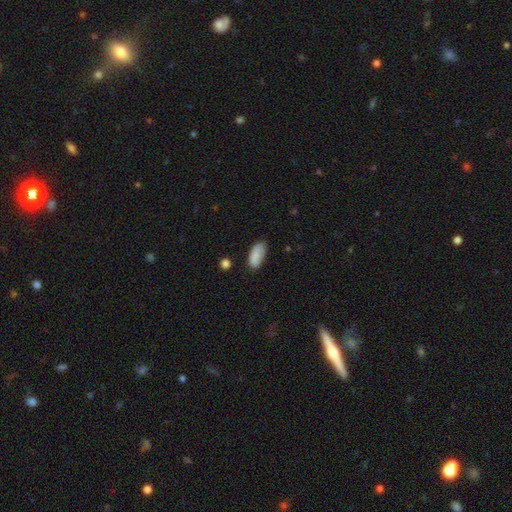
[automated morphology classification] Smooth or featured? smooth (87%)
How rounded? in between (89%)
Merging? none (72%)